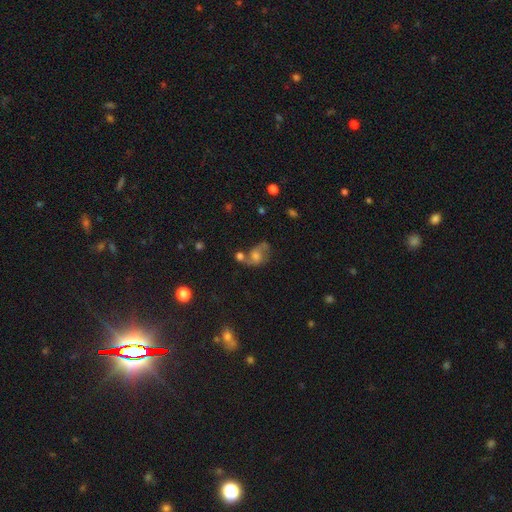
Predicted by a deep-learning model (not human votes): A featured or disk galaxy (50%).

Vote fractions:
- Smooth or featured? featured or disk: 50% / smooth: 35% / star or artifact: 15%
- Merging? none: 38% / merger: 30% / minor disturbance: 18% / major disturbance: 14%